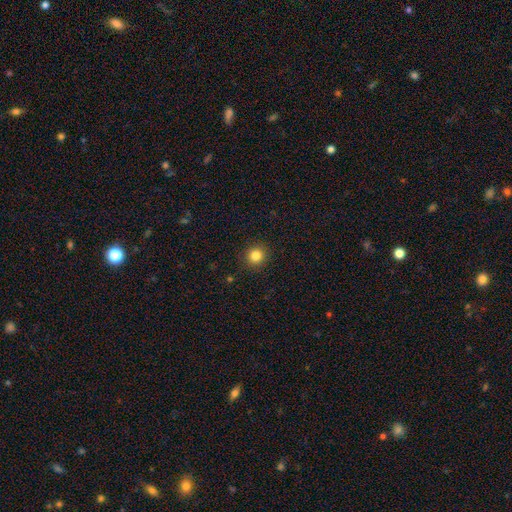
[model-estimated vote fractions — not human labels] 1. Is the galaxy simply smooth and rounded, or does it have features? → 83% smooth, 12% star or artifact, 5% featured or disk.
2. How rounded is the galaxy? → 92% round, 7% in between, 1% cigar-shaped.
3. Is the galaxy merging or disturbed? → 91% none, 6% minor disturbance, 2% major disturbance, 1% merger.